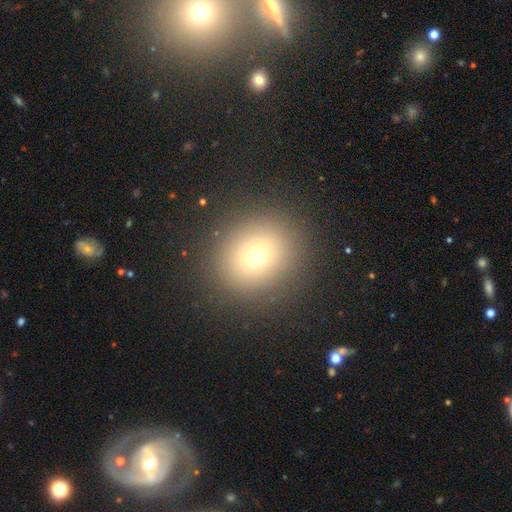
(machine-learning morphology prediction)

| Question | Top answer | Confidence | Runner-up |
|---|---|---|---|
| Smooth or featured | smooth | 71% | star or artifact (18%) |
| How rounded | round | 79% | in between (20%) |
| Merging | none | 88% | minor disturbance (7%) |